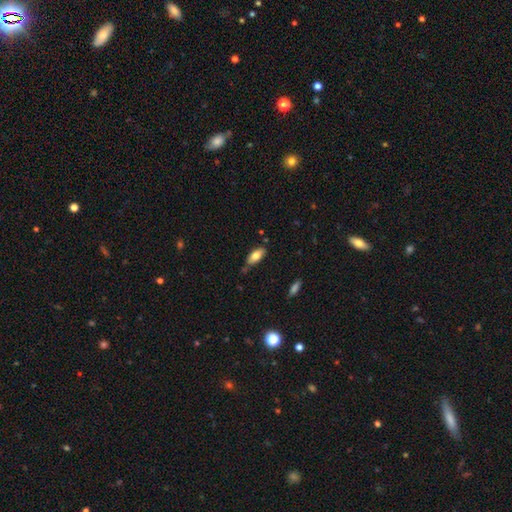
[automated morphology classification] smooth_or_featured: smooth (p=0.76) [alt: featured or disk p=0.17]
how_rounded: in between (p=0.85) [alt: cigar-shaped p=0.13]
merging: none (p=0.73) [alt: minor disturbance p=0.19]